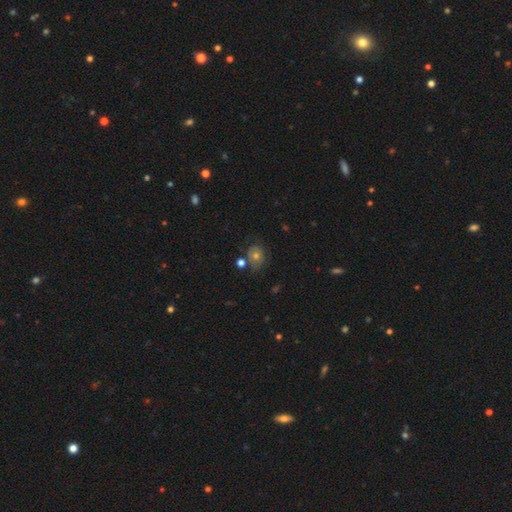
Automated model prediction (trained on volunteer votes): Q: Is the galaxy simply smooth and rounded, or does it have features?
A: smooth — 53%.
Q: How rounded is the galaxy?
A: round — 69%.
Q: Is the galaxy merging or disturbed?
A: none — 69%.